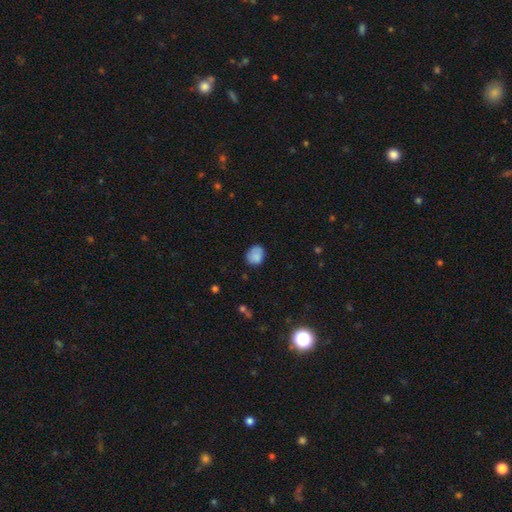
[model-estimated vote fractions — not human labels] A smooth galaxy with no disk features (82%) that is round (53%).

Vote fractions:
- Smooth or featured? smooth: 82% / star or artifact: 9% / featured or disk: 9%
- How rounded? round: 53% / in between: 46% / cigar-shaped: 1%
- Merging? none: 68% / minor disturbance: 24% / major disturbance: 6% / merger: 3%